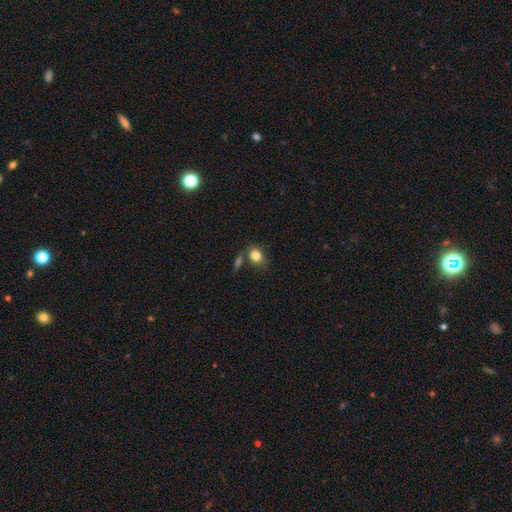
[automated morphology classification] The model was most divided on "how rounded": in between: 61%, round: 37%, cigar-shaped: 2%. More confident: smooth or featured — smooth (83%); merging — none (67%).